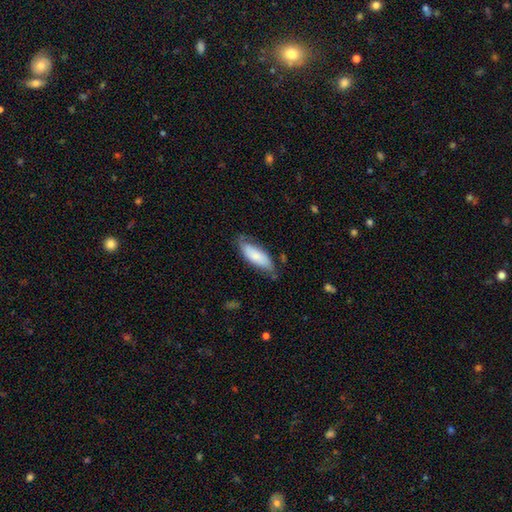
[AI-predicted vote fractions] Smooth or featured: smooth — 69% (featured or disk — 25%)
How rounded: in between — 74% (cigar-shaped — 24%)
Merging: none — 58% (minor disturbance — 32%)